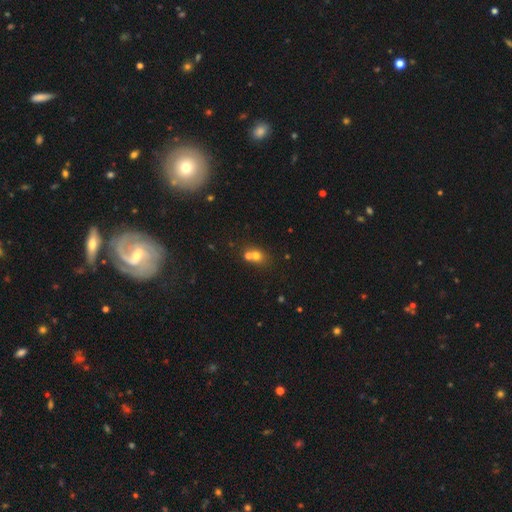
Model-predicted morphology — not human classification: The model was most divided on "merging": merger: 51%, none: 39%, minor disturbance: 7%, major disturbance: 3%. More confident: how rounded — round (73%); smooth or featured — smooth (64%).